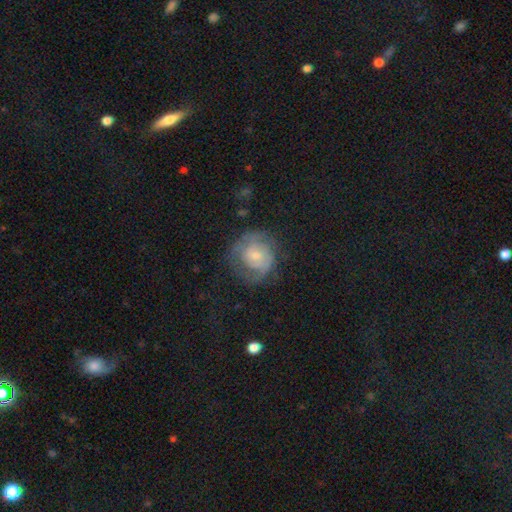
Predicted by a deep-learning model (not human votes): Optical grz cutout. It shows a featured or disk galaxy (60%) with no bar (67%), spiral arms (79%) and a small central bulge (56%). Merging: none (60%).